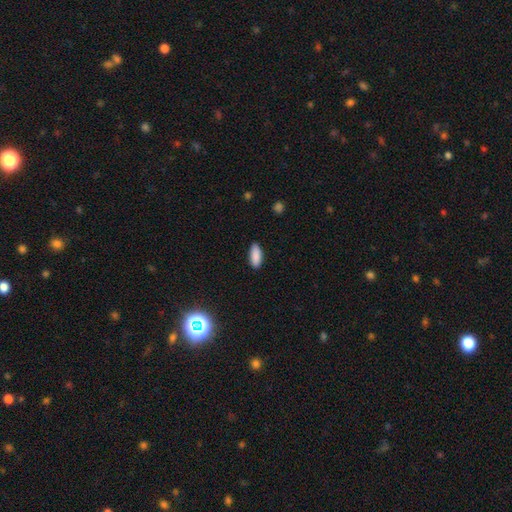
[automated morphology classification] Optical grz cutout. It shows a smooth galaxy with no disk features (89%) that is in between round and cigar-shaped (80%). Merging: none (89%).